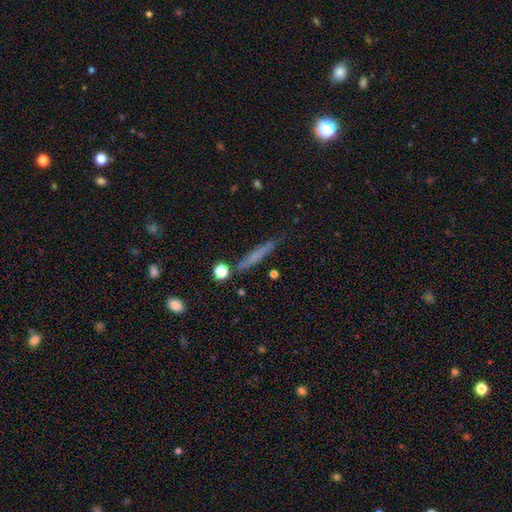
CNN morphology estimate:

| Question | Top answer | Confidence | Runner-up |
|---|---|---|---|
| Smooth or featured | smooth | 59% | featured or disk (31%) |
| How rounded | cigar-shaped | 91% | in between (5%) |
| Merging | none | 80% | minor disturbance (13%) |